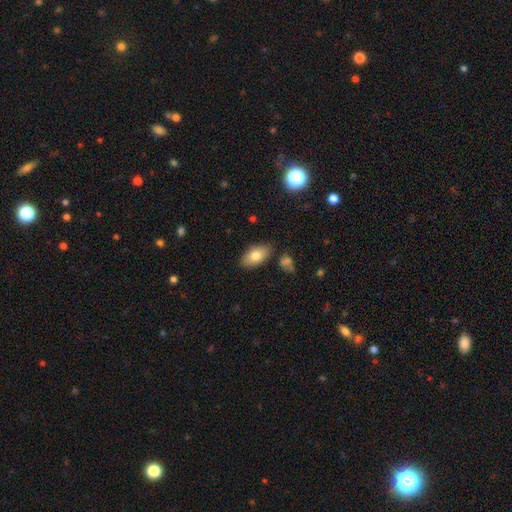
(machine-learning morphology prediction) This is likely a smooth galaxy (78%). How rounded: clearly in between (92%). Merging: clearly none (82%).